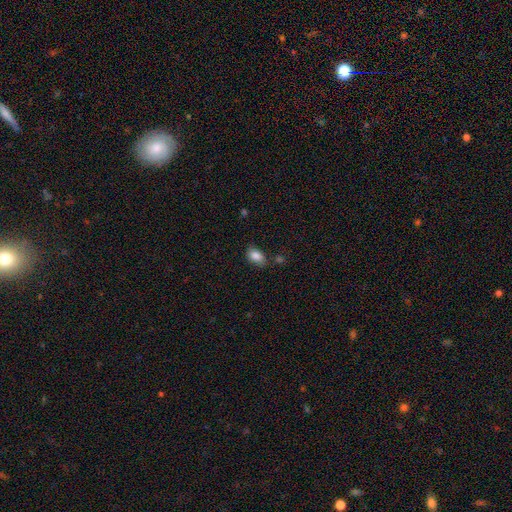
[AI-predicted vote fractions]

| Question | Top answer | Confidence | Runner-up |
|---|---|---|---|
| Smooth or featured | smooth | 85% | star or artifact (8%) |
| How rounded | in between | 86% | round (13%) |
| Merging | none | 69% | minor disturbance (22%) |